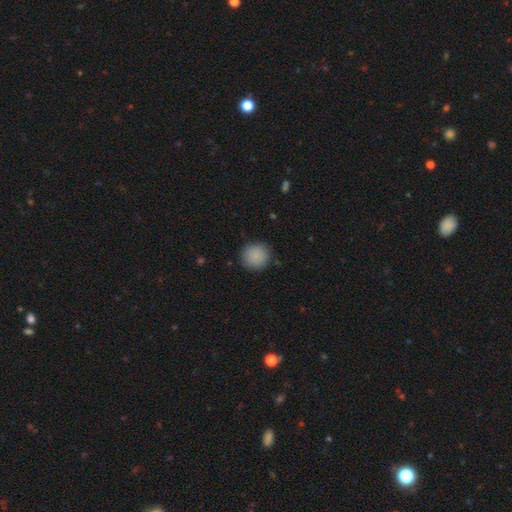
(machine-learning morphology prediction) Smooth or featured? smooth (88%)
How rounded? round (93%)
Merging? none (88%)